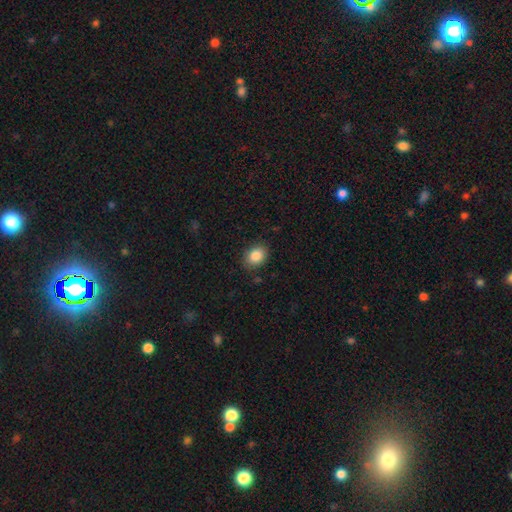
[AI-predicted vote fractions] Morphology: type=smooth (86%); roundness=in between (62%); merging=none (85%).